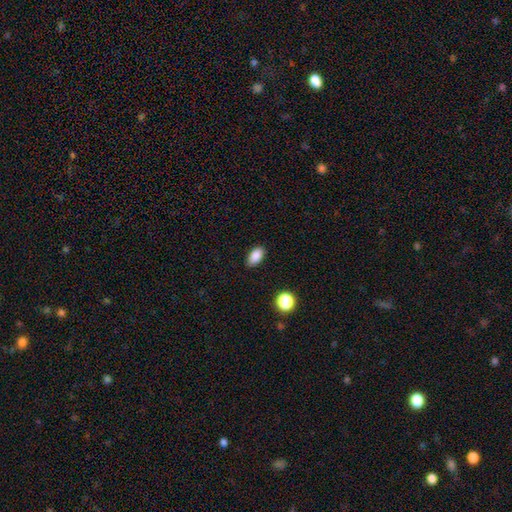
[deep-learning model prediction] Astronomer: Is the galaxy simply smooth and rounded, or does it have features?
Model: smooth — 86%.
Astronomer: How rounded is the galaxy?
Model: in between — 91%.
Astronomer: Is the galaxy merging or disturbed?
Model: none — 84%.